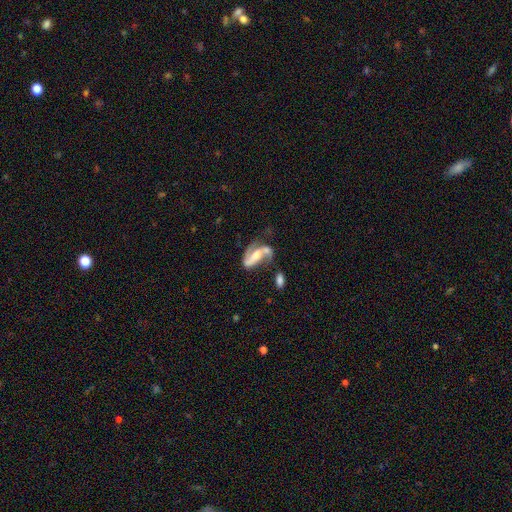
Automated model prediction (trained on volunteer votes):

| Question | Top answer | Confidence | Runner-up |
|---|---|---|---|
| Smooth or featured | featured or disk | 74% | smooth (19%) |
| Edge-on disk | no | 94% | yes (6%) |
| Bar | no | 38% | weak (34%) |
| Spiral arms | yes | 87% | no (13%) |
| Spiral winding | loose | 48% | medium (38%) |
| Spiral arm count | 2 | 78% | 1 (13%) |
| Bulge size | moderate | 39% | small (31%) |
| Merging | none | 31% | merger (30%) |